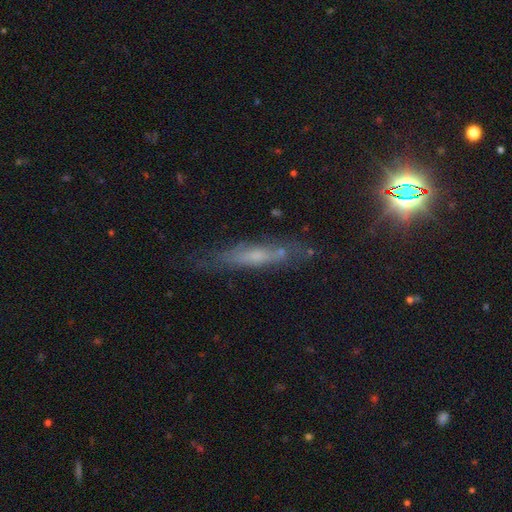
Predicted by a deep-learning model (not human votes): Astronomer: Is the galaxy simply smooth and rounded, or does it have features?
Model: featured or disk — 45% (runner-up: smooth, 43%).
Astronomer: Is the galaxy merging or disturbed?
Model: none — 69%.